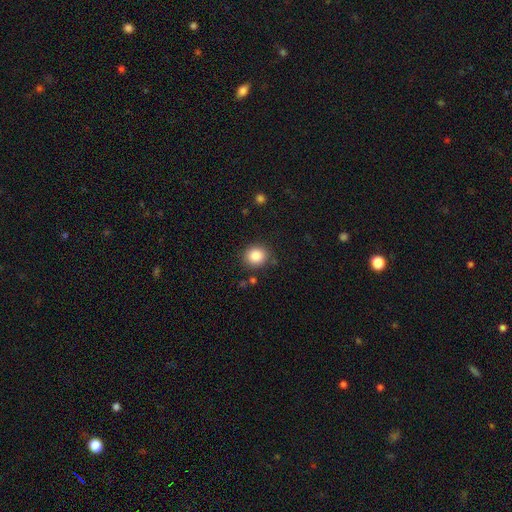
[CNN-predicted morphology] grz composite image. It shows a smooth galaxy with no disk features (85%) that is round (83%). Merging: none (86%).